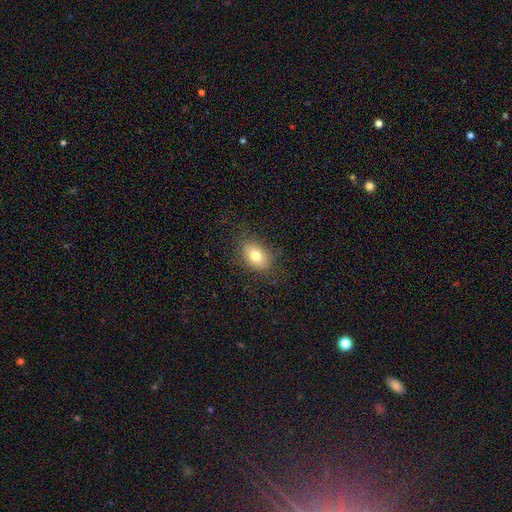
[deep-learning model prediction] This appears to be a smooth galaxy with no disk features (77%) that is in between round and cigar-shaped (80%). Merging: none (83%).